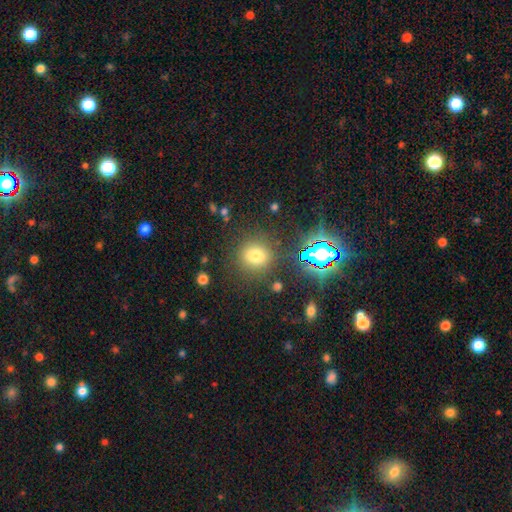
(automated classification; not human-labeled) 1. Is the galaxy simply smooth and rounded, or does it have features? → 71% smooth, 21% star or artifact, 8% featured or disk.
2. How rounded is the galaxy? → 85% round, 14% in between, 1% cigar-shaped.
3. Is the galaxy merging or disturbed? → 84% none, 8% minor disturbance, 4% major disturbance, 3% merger.